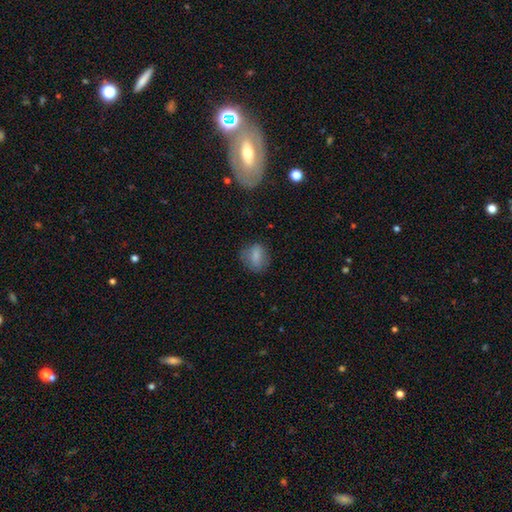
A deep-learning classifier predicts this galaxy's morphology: smooth 79%, featured or disk 11%, star or artifact 10%. Down the decision tree: how rounded — round (50%); merging — none (71%).